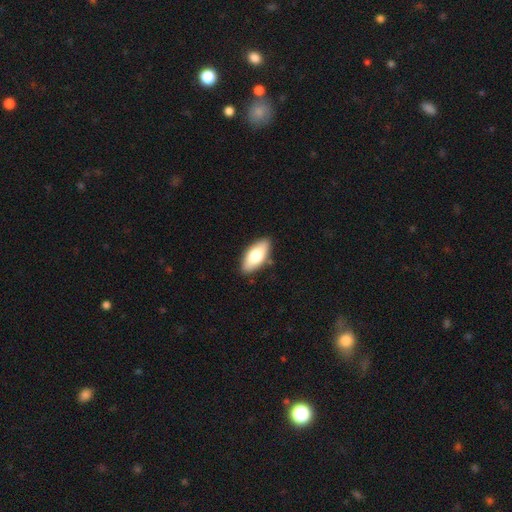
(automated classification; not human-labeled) Smooth or featured? smooth (72%)
How rounded? in between (88%)
Merging? none (86%)